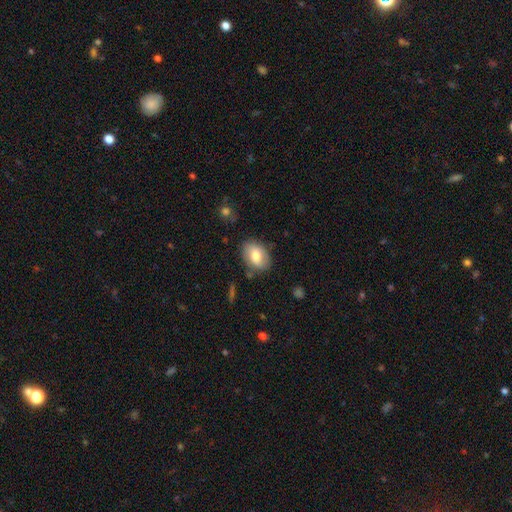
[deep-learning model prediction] smooth-or-featured: smooth: 72% | featured or disk: 21% | star or artifact: 7%
  how-rounded: in between: 77% | round: 21% | cigar-shaped: 1%
  merging: none: 78% | minor disturbance: 15% | major disturbance: 4% | merger: 3%